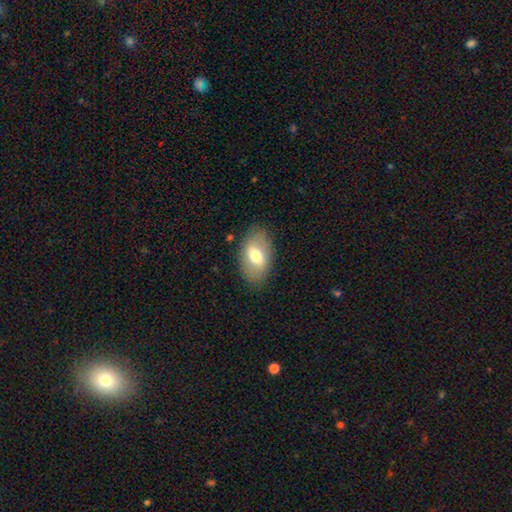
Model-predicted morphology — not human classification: smooth-or-featured: smooth: 64% | featured or disk: 29% | star or artifact: 7%
  how-rounded: in between: 91% | round: 7% | cigar-shaped: 2%
  merging: none: 83% | minor disturbance: 12% | major disturbance: 4% | merger: 1%